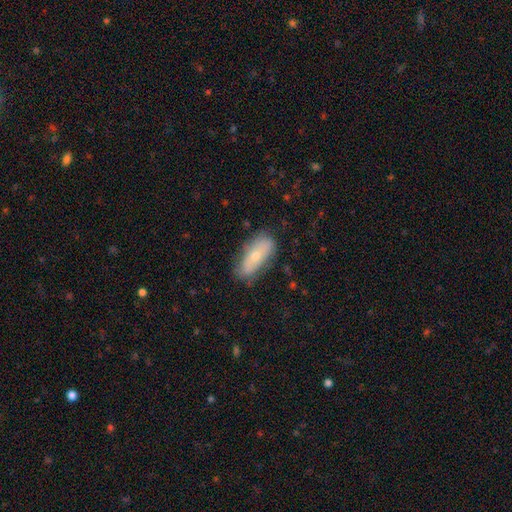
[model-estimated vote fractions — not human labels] Smooth or featured? smooth (59%)
How rounded? in between (80%)
Merging? none (73%)